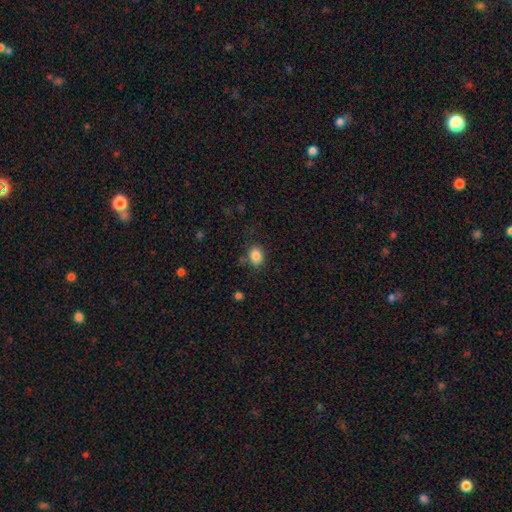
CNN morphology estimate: Smooth or featured? Predicted: smooth (p=0.85). How rounded? Predicted: in between (p=0.60). Merging? Predicted: none (p=0.75).